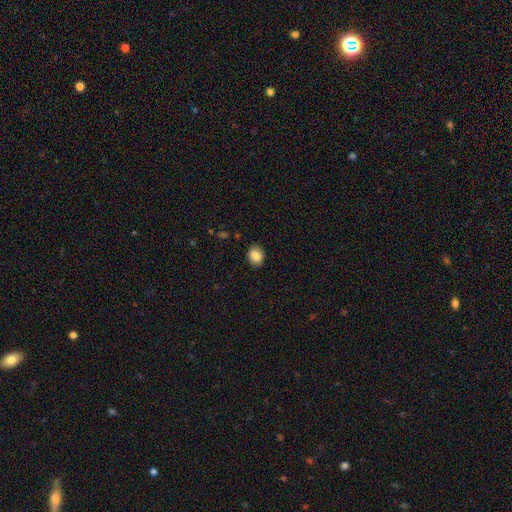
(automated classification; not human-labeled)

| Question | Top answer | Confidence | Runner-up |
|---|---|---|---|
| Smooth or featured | smooth | 87% | star or artifact (9%) |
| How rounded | round | 61% | in between (38%) |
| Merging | none | 89% | minor disturbance (8%) |